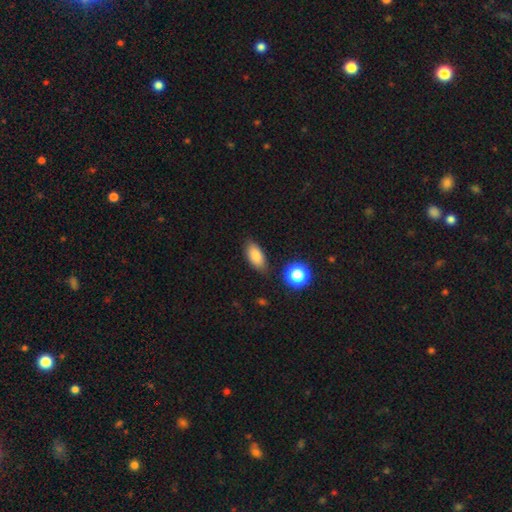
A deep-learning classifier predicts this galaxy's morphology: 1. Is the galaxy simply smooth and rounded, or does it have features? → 83% smooth, 10% star or artifact, 7% featured or disk.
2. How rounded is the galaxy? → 87% in between, 8% cigar-shaped, 5% round.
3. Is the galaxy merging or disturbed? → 81% none, 13% minor disturbance, 3% major disturbance, 3% merger.